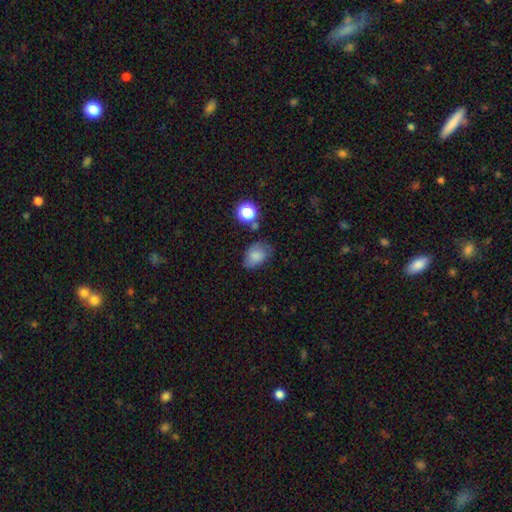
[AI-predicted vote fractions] Smooth or featured?
  - smooth: 78% *
  - featured or disk: 12%
  - star or artifact: 10%
How rounded?
  - in between: 80% *
  - round: 19%
  - cigar-shaped: 1%
Merging?
  - none: 58% *
  - minor disturbance: 28%
  - major disturbance: 9%
  - merger: 5%